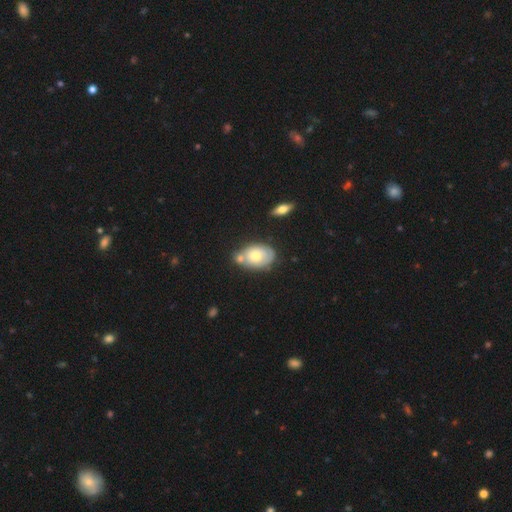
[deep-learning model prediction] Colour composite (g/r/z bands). It shows a smooth galaxy with no disk features (59%) that is in between round and cigar-shaped (83%). Merging: none (48%).